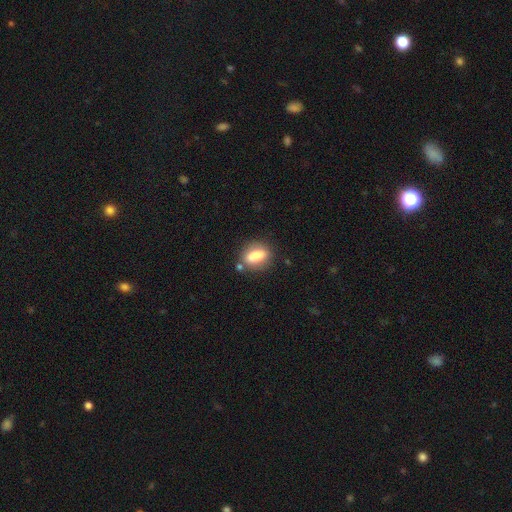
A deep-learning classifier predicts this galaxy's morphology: Smooth or featured? smooth (77%)
How rounded? in between (71%)
Merging? none (74%)